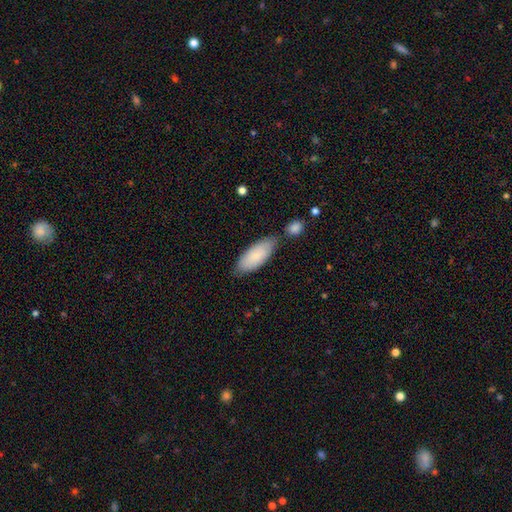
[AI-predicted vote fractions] A smooth galaxy with no disk features (83%) that is in between round and cigar-shaped (80%).

Vote fractions:
- Smooth or featured? smooth: 83% / featured or disk: 12% / star or artifact: 6%
- How rounded? in between: 80% / cigar-shaped: 18% / round: 2%
- Merging? none: 67% / minor disturbance: 18% / merger: 11% / major disturbance: 4%